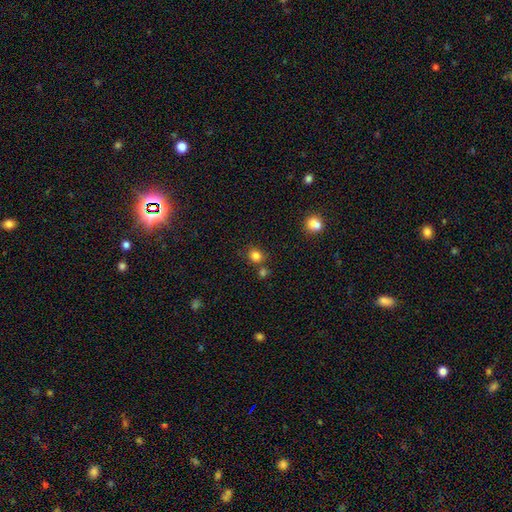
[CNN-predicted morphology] This appears to be a smooth galaxy with no disk features (82%) that is round (82%). Merging: none (72%).